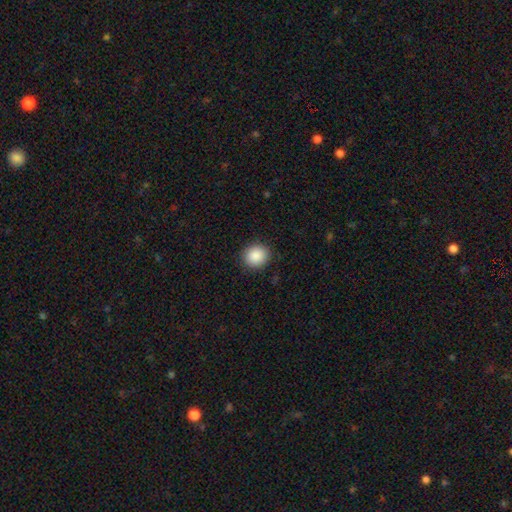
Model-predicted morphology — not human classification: smooth_or_featured: smooth (p=0.88) [alt: star or artifact p=0.08]
how_rounded: round (p=0.84) [alt: in between p=0.15]
merging: none (p=0.90) [alt: minor disturbance p=0.07]